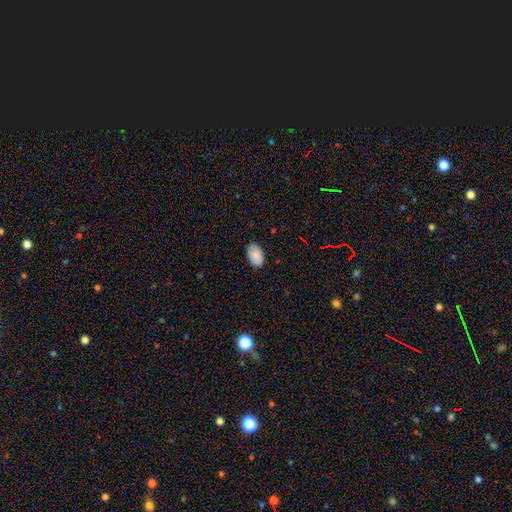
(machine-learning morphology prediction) Smooth or featured: smooth — 88% (star or artifact — 7%)
How rounded: in between — 91% (round — 8%)
Merging: none — 85% (minor disturbance — 12%)